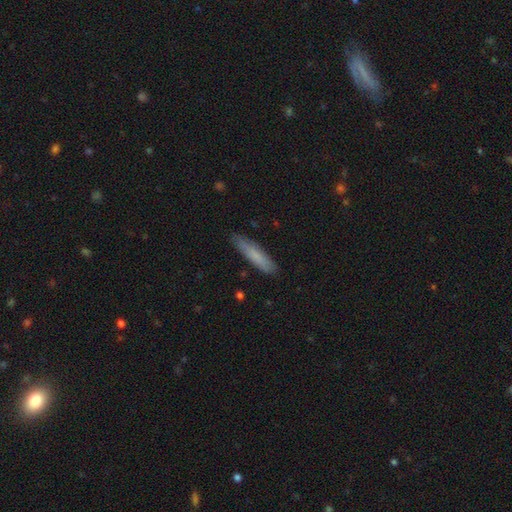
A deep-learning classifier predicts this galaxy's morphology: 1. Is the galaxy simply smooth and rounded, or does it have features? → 76% smooth, 18% featured or disk, 6% star or artifact.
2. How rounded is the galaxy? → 85% cigar-shaped, 13% in between, 1% round.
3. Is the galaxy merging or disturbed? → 84% none, 12% minor disturbance, 2% major disturbance, 1% merger.